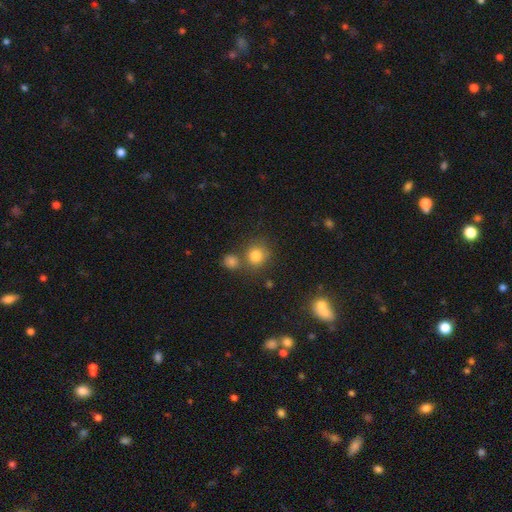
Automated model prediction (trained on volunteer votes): Smooth or featured? Predicted: smooth (p=0.80). How rounded? Predicted: round (p=0.86). Merging? Predicted: none (p=0.67).